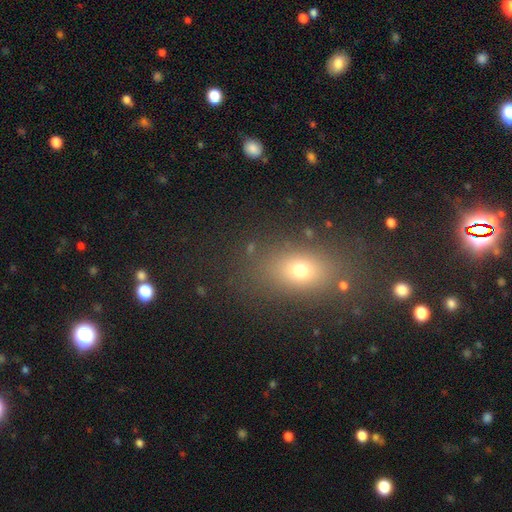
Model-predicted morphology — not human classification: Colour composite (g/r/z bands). It shows a smooth galaxy with no disk features (63%) that is in between round and cigar-shaped (67%). Merging: none (83%).